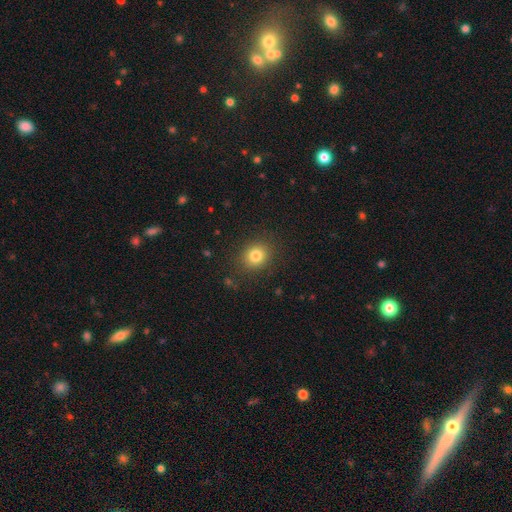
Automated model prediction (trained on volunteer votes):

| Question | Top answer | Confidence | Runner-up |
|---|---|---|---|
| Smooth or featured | smooth | 81% | star or artifact (12%) |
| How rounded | round | 76% | in between (23%) |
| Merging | none | 87% | minor disturbance (8%) |